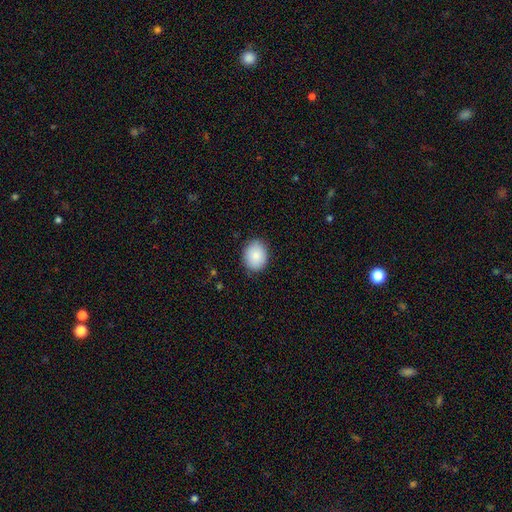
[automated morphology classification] smooth-or-featured: smooth: 87% | star or artifact: 7% | featured or disk: 6%
  how-rounded: in between: 51% | round: 49% | cigar-shaped: 1%
  merging: none: 84% | minor disturbance: 12% | major disturbance: 2% | merger: 1%